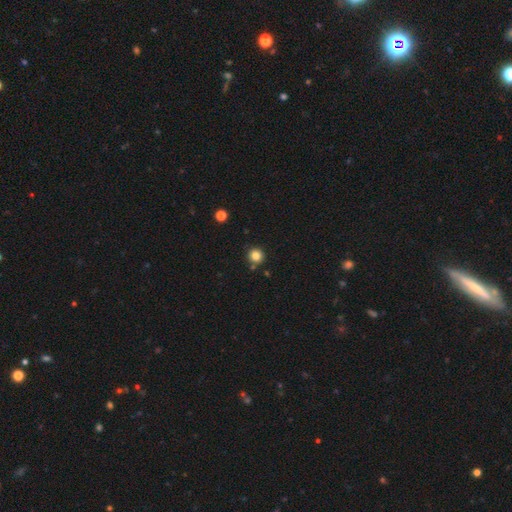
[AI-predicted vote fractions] smooth 83%, star or artifact 12%, featured or disk 6%. Down the decision tree: how rounded — round (93%); merging — none (84%).